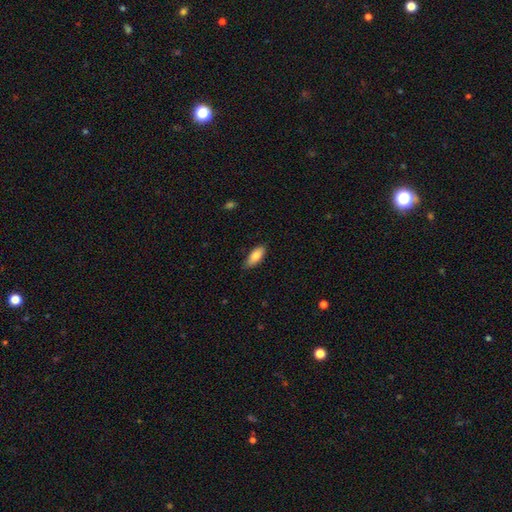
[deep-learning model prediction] smooth_or_featured: smooth (p=0.83) [alt: featured or disk p=0.10]
how_rounded: in between (p=0.79) [alt: cigar-shaped p=0.19]
merging: none (p=0.81) [alt: minor disturbance p=0.15]